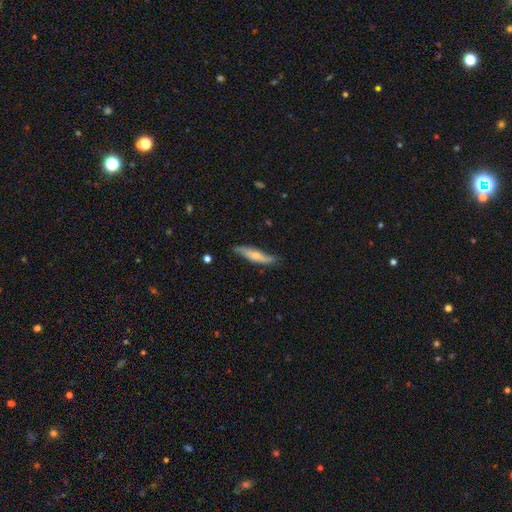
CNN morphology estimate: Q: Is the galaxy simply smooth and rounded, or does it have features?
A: smooth — 53%.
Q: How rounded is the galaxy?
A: cigar-shaped — 78%.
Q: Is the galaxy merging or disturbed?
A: none — 72%.